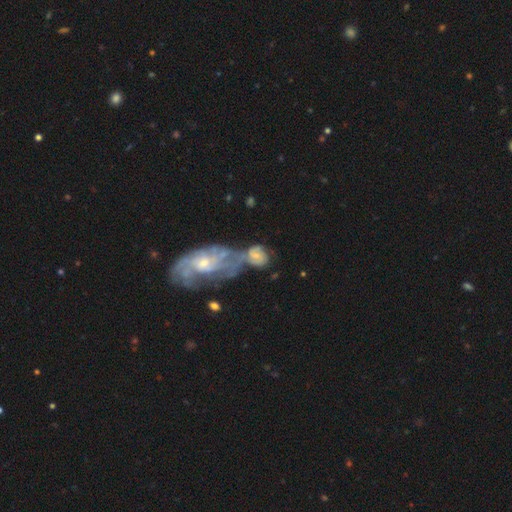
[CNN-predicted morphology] Smooth or featured: featured or disk — 56% (smooth — 35%)
Edge-on disk: no — 96% (yes — 4%)
Bar: no — 69% (weak — 25%)
Spiral arms: yes — 67% (no — 33%)
Bulge size: small — 49% (moderate — 36%)
Merging: merger — 60% (none — 18%)